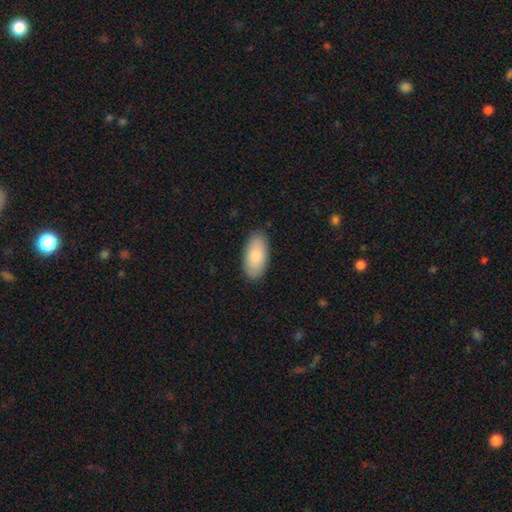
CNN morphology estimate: A smooth galaxy with no disk features (80%) that is in between round and cigar-shaped (94%). Merging: none (88%).